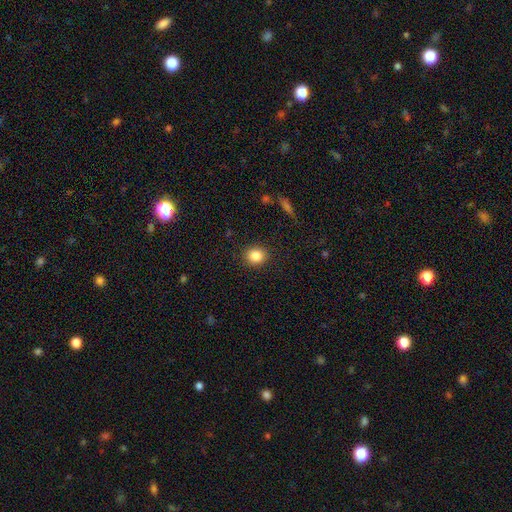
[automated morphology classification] smooth_or_featured: smooth (p=0.85) [alt: star or artifact p=0.10]
how_rounded: round (p=0.81) [alt: in between p=0.18]
merging: none (p=0.90) [alt: minor disturbance p=0.07]